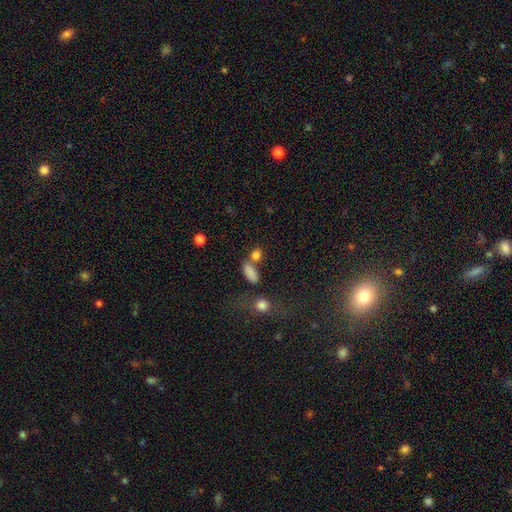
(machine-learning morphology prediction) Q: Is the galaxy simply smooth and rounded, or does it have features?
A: smooth — 81%.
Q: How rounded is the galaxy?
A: in between — 65%.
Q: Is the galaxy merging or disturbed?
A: none — 51%.